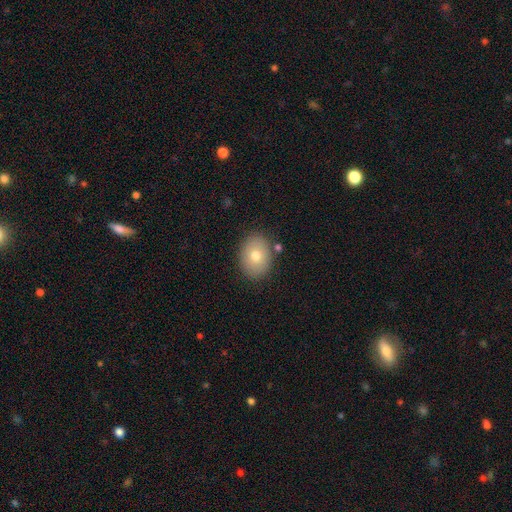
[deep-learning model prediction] The model was most divided on "how rounded": in between: 65%, round: 35%, cigar-shaped: 1%. More confident: merging — none (83%); smooth or featured — smooth (75%).